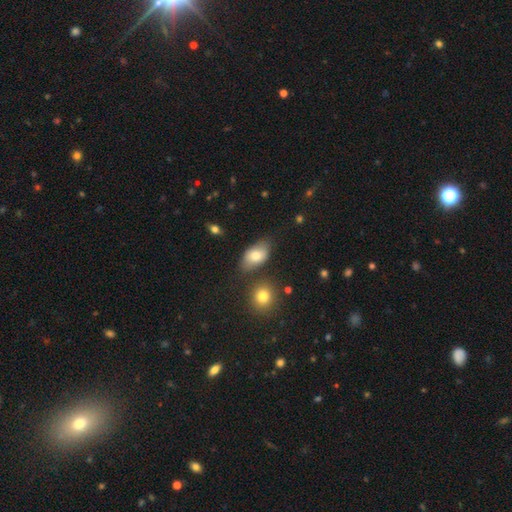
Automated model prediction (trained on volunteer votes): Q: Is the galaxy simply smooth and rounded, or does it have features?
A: smooth — 76%.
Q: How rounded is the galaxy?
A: in between — 89%.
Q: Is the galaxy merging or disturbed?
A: none — 69%.